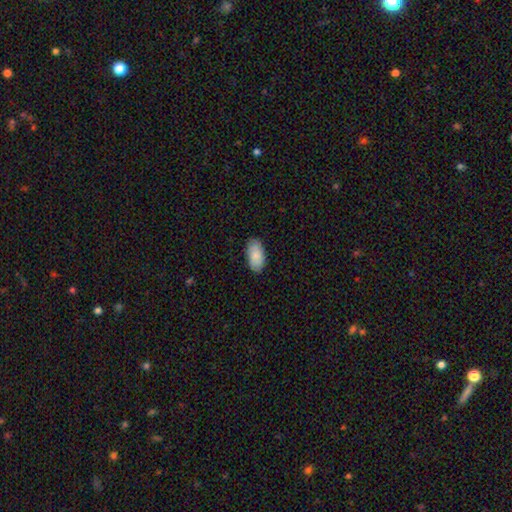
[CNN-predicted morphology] type=smooth (85%); roundness=in between (95%); merging=none (86%).